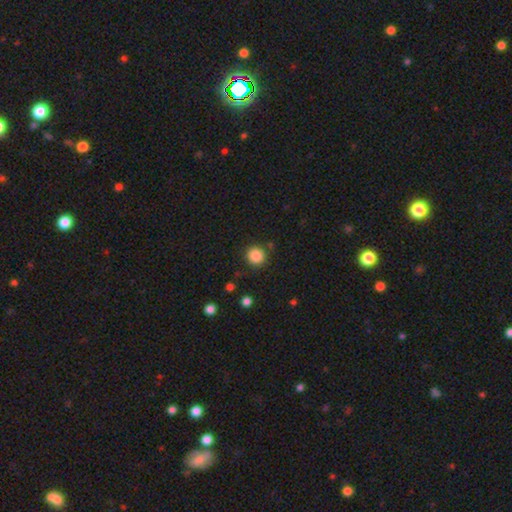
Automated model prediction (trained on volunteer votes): Smooth or featured?
  - smooth: 86% *
  - star or artifact: 10%
  - featured or disk: 3%
How rounded?
  - round: 93% *
  - in between: 6%
  - cigar-shaped: 1%
Merging?
  - none: 87% *
  - minor disturbance: 7%
  - major disturbance: 3%
  - merger: 2%